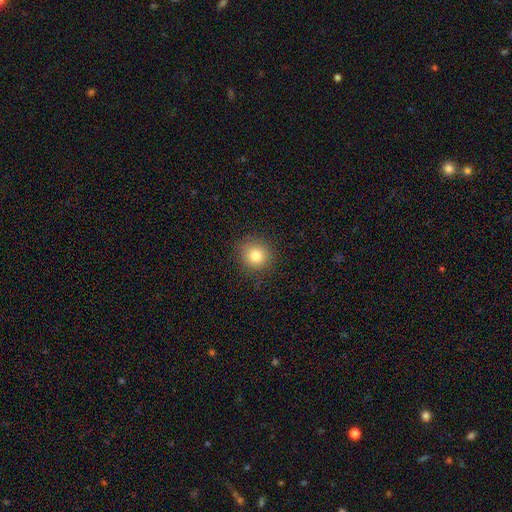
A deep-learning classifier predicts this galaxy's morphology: This is clearly a smooth galaxy (81%). How rounded: clearly round (90%). Merging: clearly none (88%).